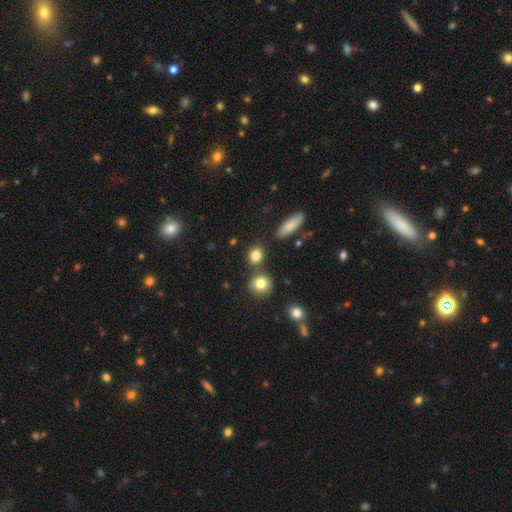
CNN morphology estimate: Smooth or featured? smooth (83%)
How rounded? round (72%)
Merging? none (74%)